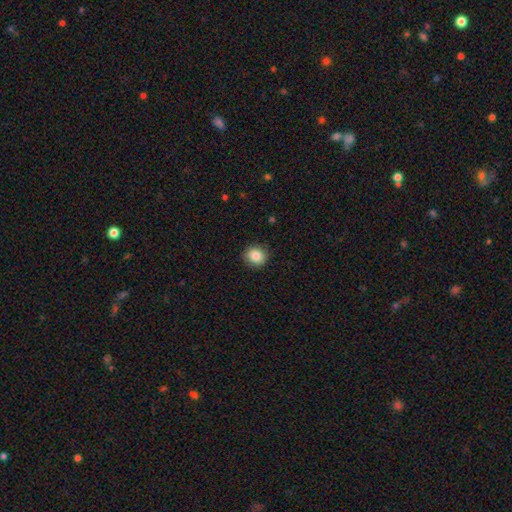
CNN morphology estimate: This appears to be a smooth galaxy with no disk features (85%) that is round (85%). Merging: none (89%).